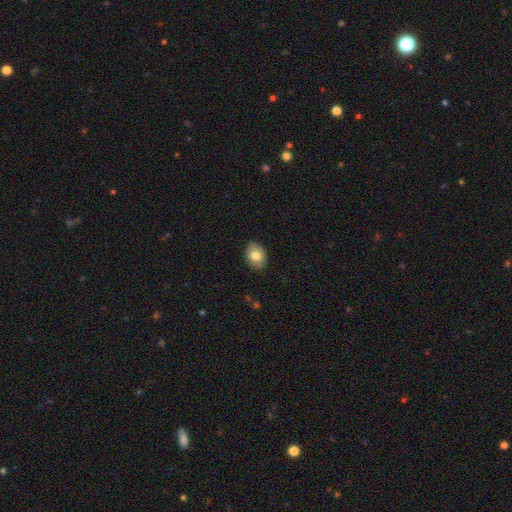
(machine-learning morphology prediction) Q: Smooth or featured?
A: smooth (77%); runner-up: featured or disk (15%)
Q: How rounded?
A: in between (76%); runner-up: round (23%)
Q: Merging?
A: none (86%); runner-up: minor disturbance (11%)